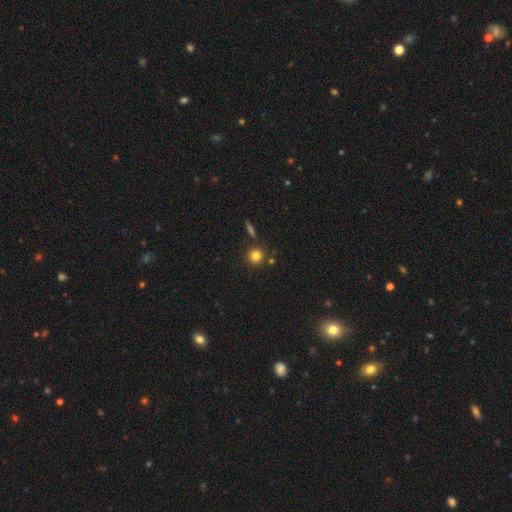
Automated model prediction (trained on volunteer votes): This appears to be a smooth galaxy with no disk features (81%) that is round (92%). Merging: none (80%).